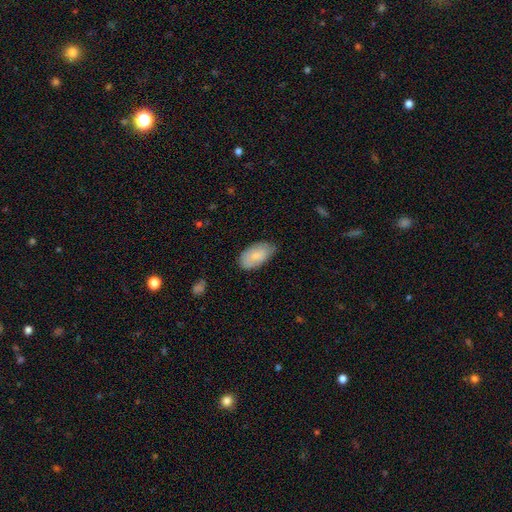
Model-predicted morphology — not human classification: This is likely a smooth galaxy (79%). How rounded: clearly in between (95%). Merging: likely none (66%).